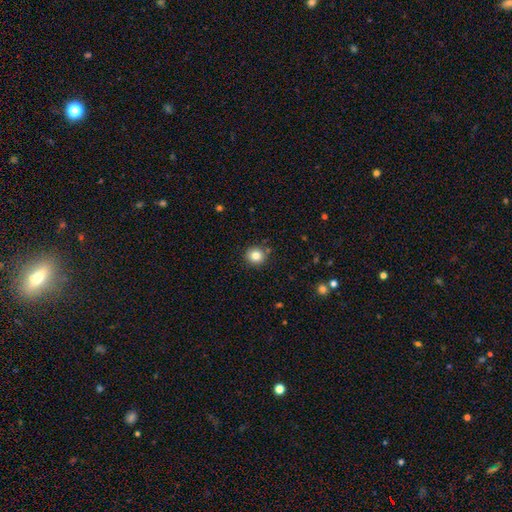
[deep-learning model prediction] Smooth or featured? smooth (83%)
How rounded? round (92%)
Merging? none (89%)